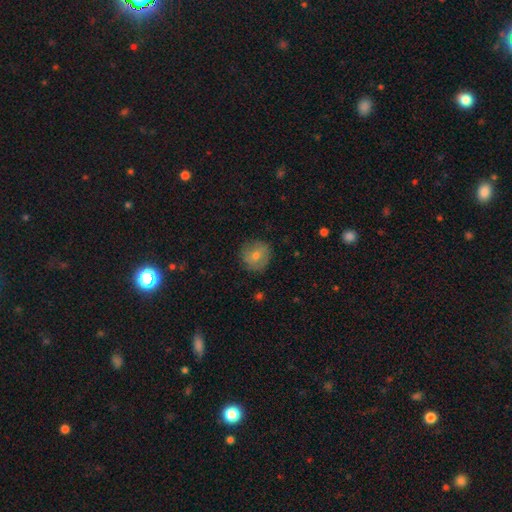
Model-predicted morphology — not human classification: Smooth or featured?
  - smooth: 71% *
  - featured or disk: 21%
  - star or artifact: 8%
How rounded?
  - round: 90% *
  - in between: 9%
  - cigar-shaped: 1%
Merging?
  - none: 81% *
  - minor disturbance: 14%
  - major disturbance: 4%
  - merger: 1%